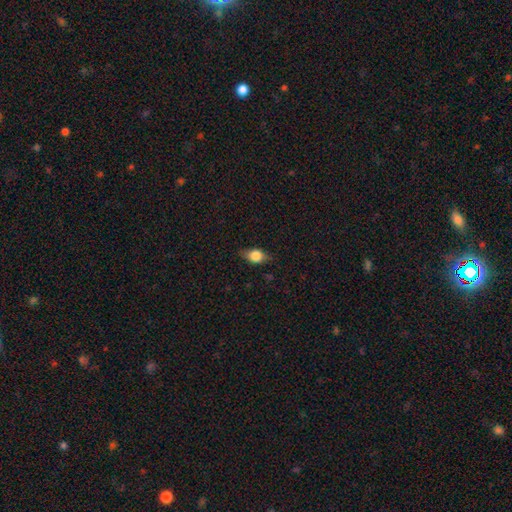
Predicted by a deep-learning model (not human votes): smooth-or-featured: smooth: 73% | featured or disk: 18% | star or artifact: 9%
  how-rounded: in between: 67% | round: 28% | cigar-shaped: 5%
  merging: none: 77% | minor disturbance: 18% | major disturbance: 4% | merger: 1%